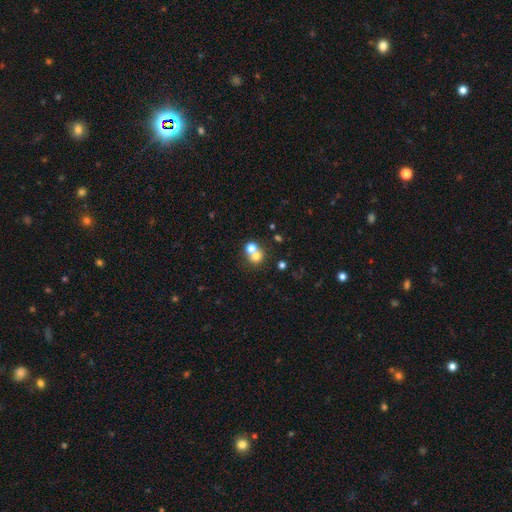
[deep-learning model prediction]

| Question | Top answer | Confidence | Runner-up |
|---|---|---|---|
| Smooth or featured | smooth | 68% | featured or disk (16%) |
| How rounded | round | 81% | in between (18%) |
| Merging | merger | 53% | none (39%) |